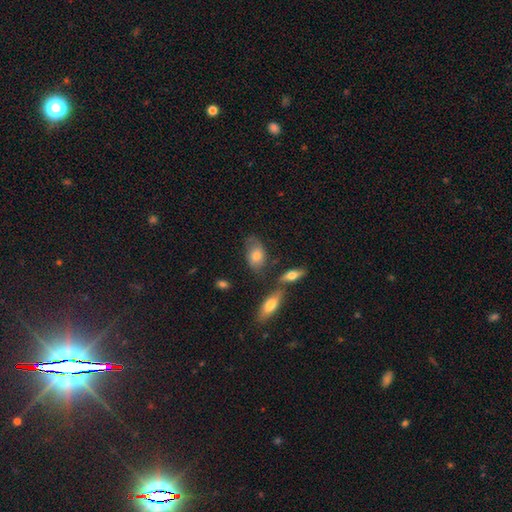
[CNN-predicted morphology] Smooth or featured? smooth (66%)
How rounded? in between (87%)
Merging? none (53%)